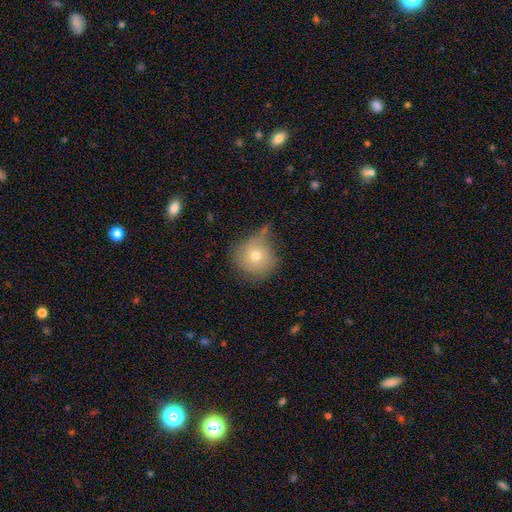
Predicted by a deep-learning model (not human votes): Smooth or featured?
  - smooth: 67% *
  - featured or disk: 22%
  - star or artifact: 11%
How rounded?
  - round: 91% *
  - in between: 8%
  - cigar-shaped: 1%
Merging?
  - none: 54% *
  - minor disturbance: 28%
  - major disturbance: 12%
  - merger: 7%